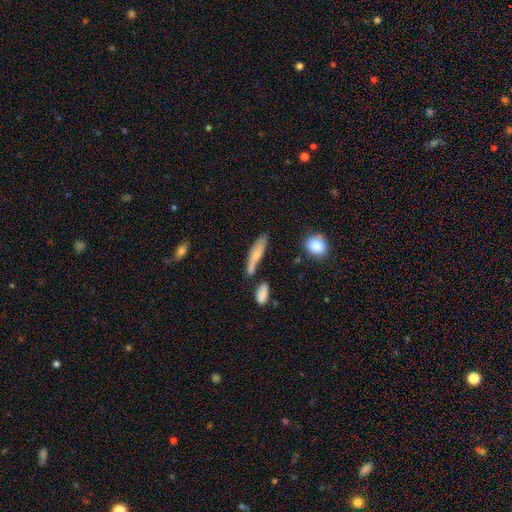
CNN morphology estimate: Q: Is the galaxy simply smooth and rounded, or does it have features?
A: smooth — 64%.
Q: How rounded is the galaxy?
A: cigar-shaped — 67%.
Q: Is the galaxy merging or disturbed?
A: none — 50%.